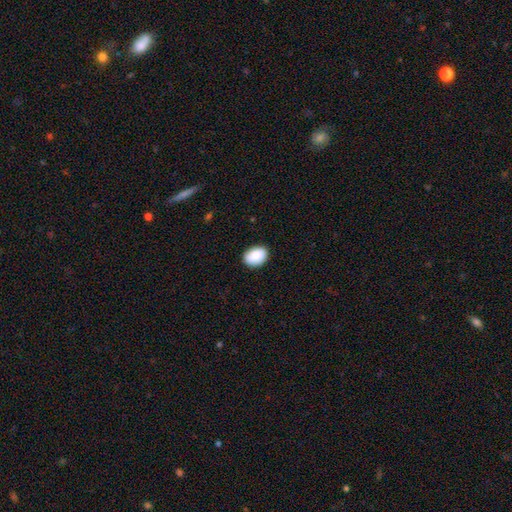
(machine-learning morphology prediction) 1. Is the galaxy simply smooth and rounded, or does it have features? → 89% smooth, 6% star or artifact, 5% featured or disk.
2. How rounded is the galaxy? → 83% in between, 16% round, 1% cigar-shaped.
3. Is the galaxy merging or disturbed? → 86% none, 11% minor disturbance, 2% major disturbance, 1% merger.